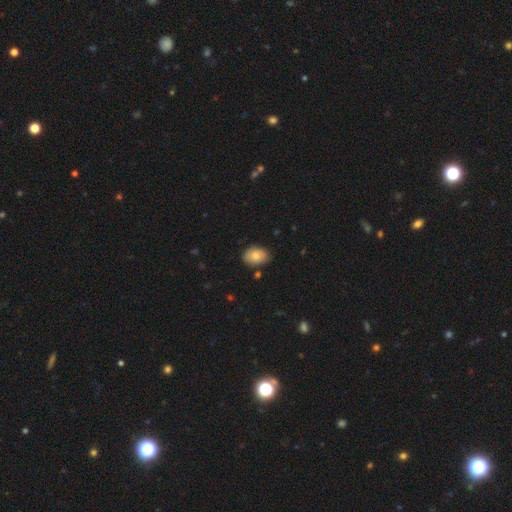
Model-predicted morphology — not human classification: Smooth or featured: smooth — 82% (featured or disk — 11%)
How rounded: in between — 80% (round — 19%)
Merging: none — 77% (minor disturbance — 18%)